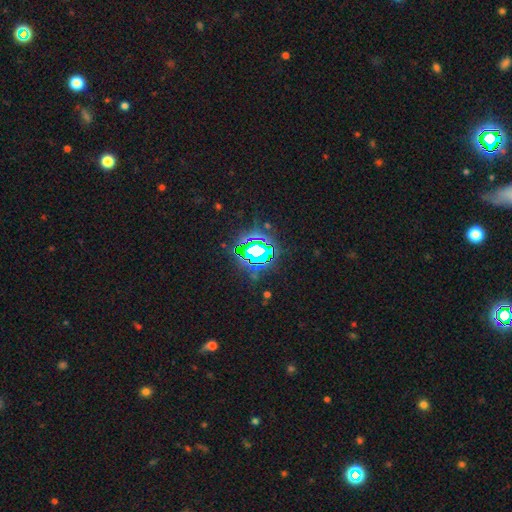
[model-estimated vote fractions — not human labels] A star or artifact, not a galaxy (74%).